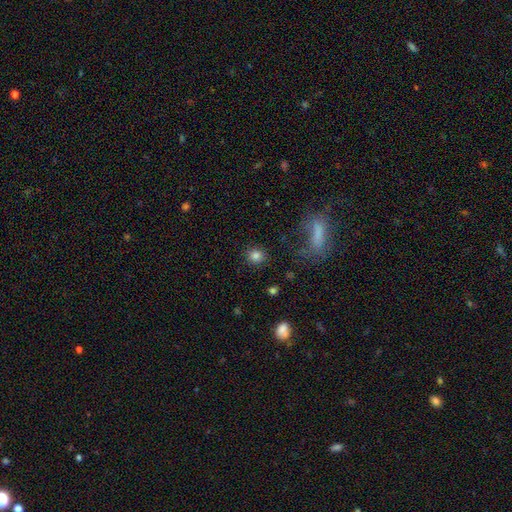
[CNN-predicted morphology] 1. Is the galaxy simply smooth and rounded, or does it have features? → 83% smooth, 12% star or artifact, 5% featured or disk.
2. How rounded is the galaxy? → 86% round, 13% in between, 1% cigar-shaped.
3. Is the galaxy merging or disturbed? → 88% none, 7% minor disturbance, 3% major disturbance, 2% merger.